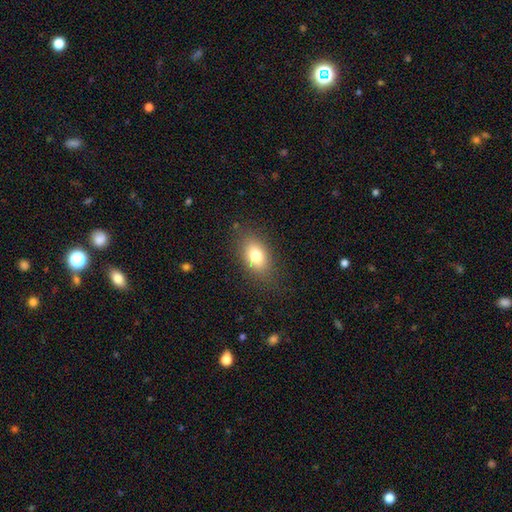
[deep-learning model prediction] A smooth galaxy with no disk features (77%) that is in between round and cigar-shaped (84%).

Vote fractions:
- Smooth or featured? smooth: 77% / featured or disk: 13% / star or artifact: 9%
- How rounded? in between: 84% / round: 14% / cigar-shaped: 3%
- Merging? none: 80% / minor disturbance: 14% / major disturbance: 5% / merger: 1%